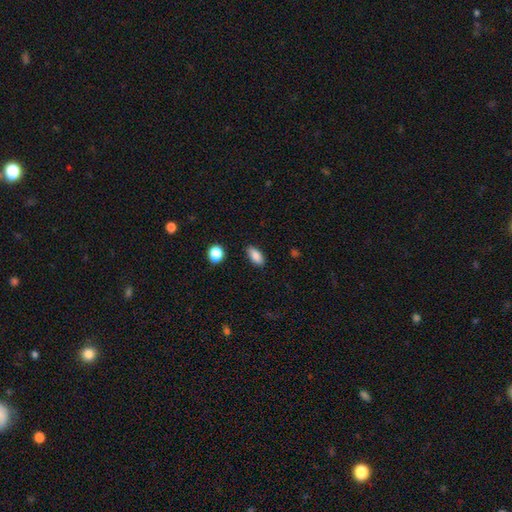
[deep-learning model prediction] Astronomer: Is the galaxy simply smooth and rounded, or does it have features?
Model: smooth — 86%.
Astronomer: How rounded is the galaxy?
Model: in between — 87%.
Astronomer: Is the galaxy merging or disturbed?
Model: none — 87%.